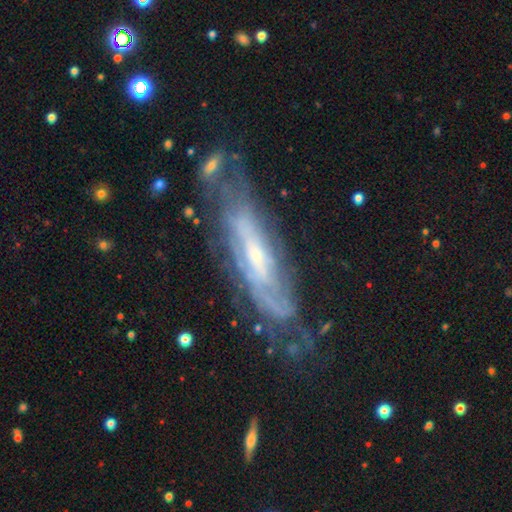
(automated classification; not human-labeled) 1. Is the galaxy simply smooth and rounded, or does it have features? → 81% featured or disk, 12% smooth, 7% star or artifact.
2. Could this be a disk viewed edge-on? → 73% no, 27% yes.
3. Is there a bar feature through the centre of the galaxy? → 52% no, 35% weak, 13% strong.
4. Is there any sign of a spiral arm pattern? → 88% yes, 12% no.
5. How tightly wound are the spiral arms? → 61% tight, 29% medium, 10% loose.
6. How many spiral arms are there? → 57% can't tell, 20% 2, 9% 3, 6% 4, 4% 1, 4% more than 4.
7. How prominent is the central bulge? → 64% small, 30% moderate, 3% none, 2% large, 1% dominant.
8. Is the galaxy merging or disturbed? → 65% none, 21% minor disturbance, 11% major disturbance, 3% merger.